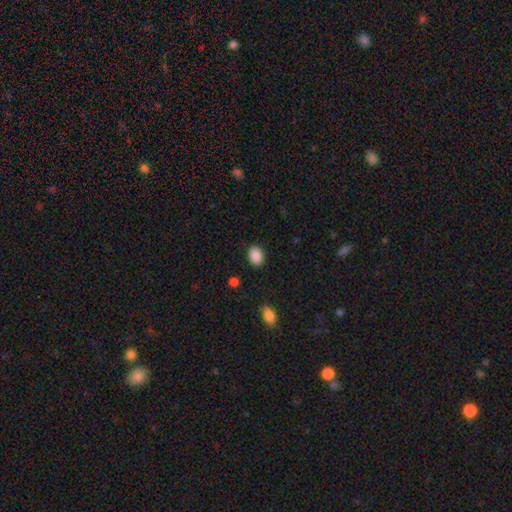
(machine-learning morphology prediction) Smooth or featured? Predicted: smooth (p=0.89). How rounded? Predicted: in between (p=0.77). Merging? Predicted: none (p=0.87).